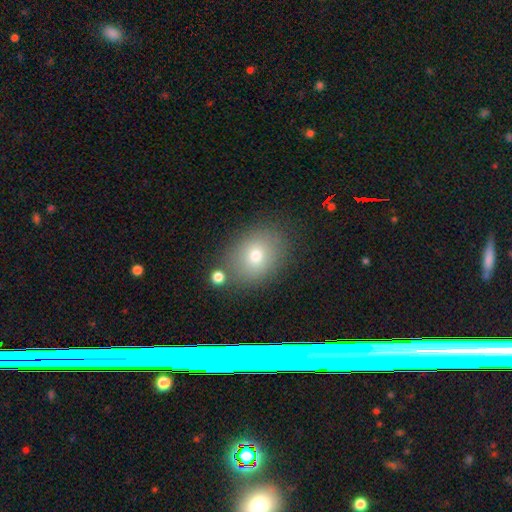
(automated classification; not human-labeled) smooth_or_featured: smooth (p=0.73) [alt: star or artifact p=0.14]
how_rounded: in between (p=0.50) [alt: round p=0.48]
merging: none (p=0.78) [alt: minor disturbance p=0.12]